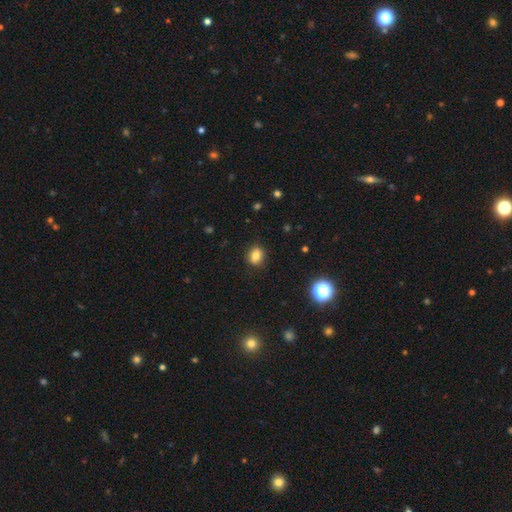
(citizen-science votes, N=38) smooth-or-featured: smooth: 84% | featured or disk: 8% | star or artifact: 8%
  how-rounded: round: 62% | in between: 38% | cigar-shaped: 0%
  merging: none: 86% | minor disturbance: 9% | major disturbance: 6% | merger: 0%